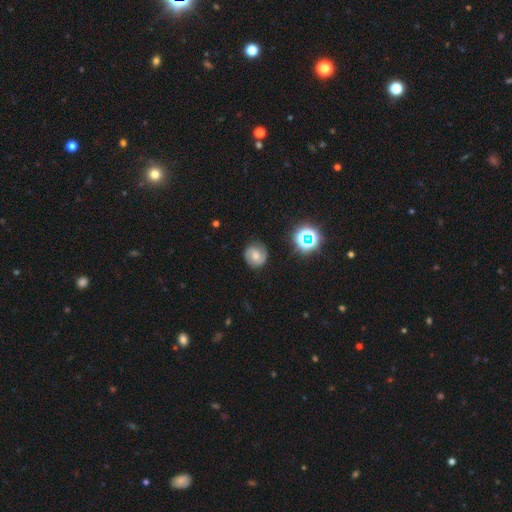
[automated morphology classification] type=featured or disk (63%); edge-on=no (98%); bar=no (46%); spiral arms=yes (93%); winding=medium (44%, tied with tight); arm count=2 (85%); bulge=moderate (52%); merging=none (83%).